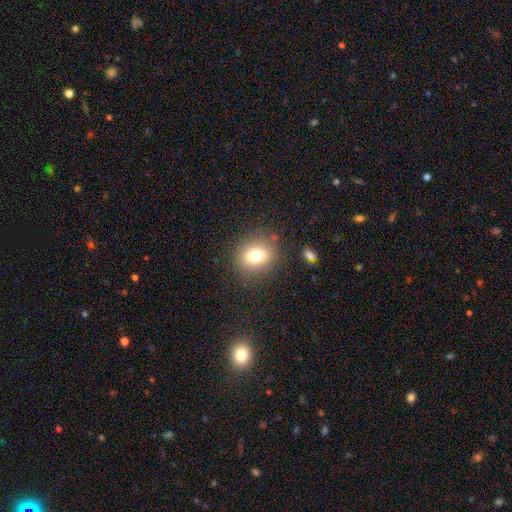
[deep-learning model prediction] This appears to be a smooth galaxy with no disk features (76%) that is round (63%). Merging: none (84%).